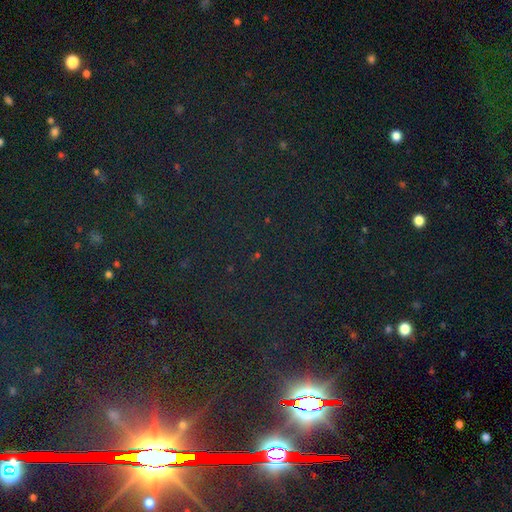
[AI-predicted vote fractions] smooth_or_featured: star or artifact (p=0.83) [alt: smooth p=0.09]